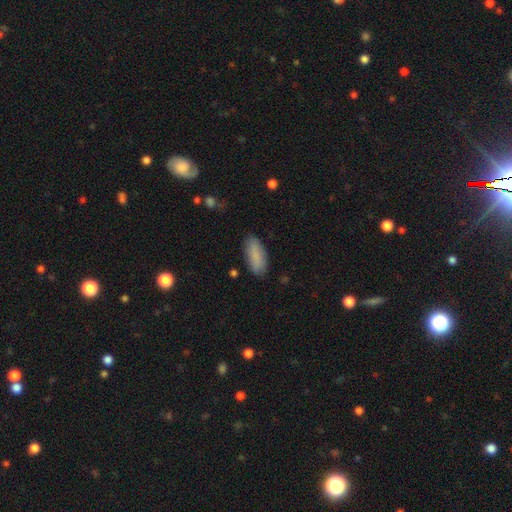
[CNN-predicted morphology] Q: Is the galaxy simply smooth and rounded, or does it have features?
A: smooth — 86%.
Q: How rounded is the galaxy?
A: in between — 79%.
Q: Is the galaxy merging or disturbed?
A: none — 84%.